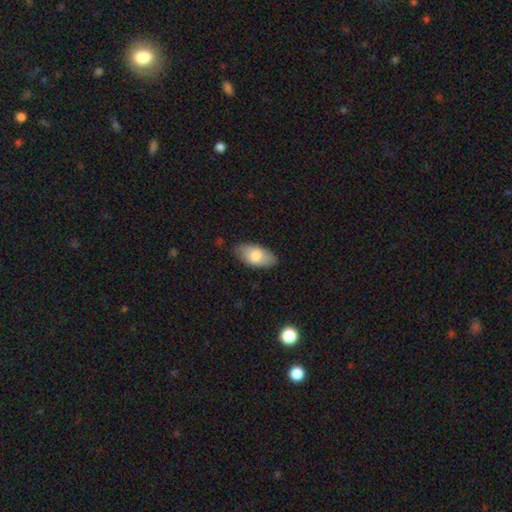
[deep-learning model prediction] Smooth or featured: smooth — 79% (featured or disk — 15%)
How rounded: in between — 94% (cigar-shaped — 4%)
Merging: none — 78% (minor disturbance — 17%)